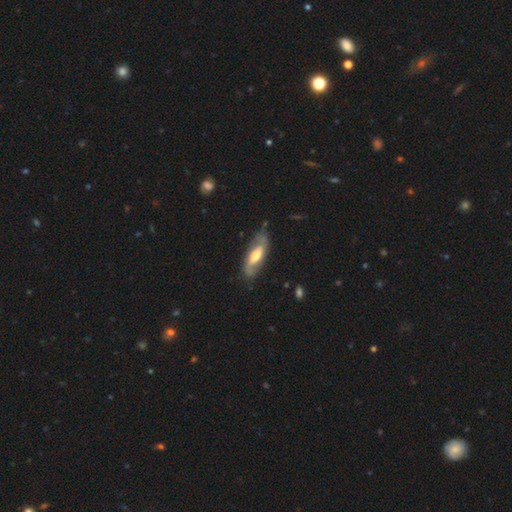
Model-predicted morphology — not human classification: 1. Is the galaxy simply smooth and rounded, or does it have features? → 63% featured or disk, 32% smooth, 5% star or artifact.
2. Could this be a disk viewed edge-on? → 80% no, 20% yes.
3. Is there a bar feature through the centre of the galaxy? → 41% weak, 36% no, 22% strong.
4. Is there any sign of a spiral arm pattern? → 78% yes, 22% no.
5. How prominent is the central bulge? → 59% moderate, 24% large, 13% small, 2% none, 2% dominant.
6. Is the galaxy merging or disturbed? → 74% none, 19% minor disturbance, 6% major disturbance, 2% merger.